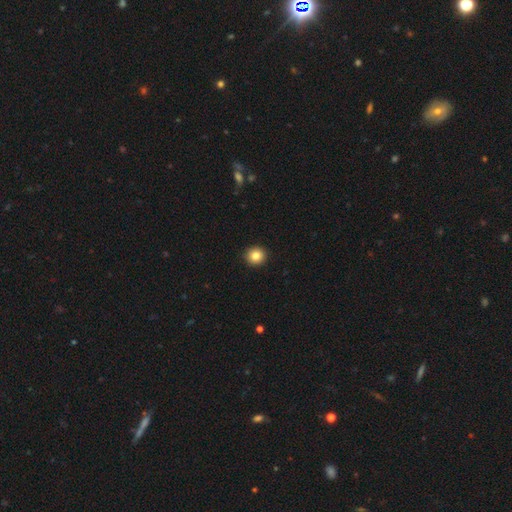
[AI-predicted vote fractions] smooth-or-featured: smooth: 85% | star or artifact: 10% | featured or disk: 5%
  how-rounded: round: 91% | in between: 8% | cigar-shaped: 1%
  merging: none: 93% | minor disturbance: 5% | major disturbance: 1% | merger: 1%